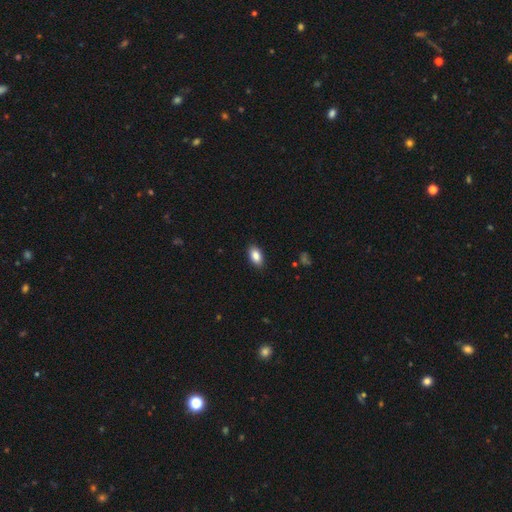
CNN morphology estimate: smooth-or-featured: smooth: 87% | star or artifact: 8% | featured or disk: 6%
  how-rounded: in between: 92% | round: 5% | cigar-shaped: 3%
  merging: none: 88% | minor disturbance: 9% | major disturbance: 2% | merger: 1%